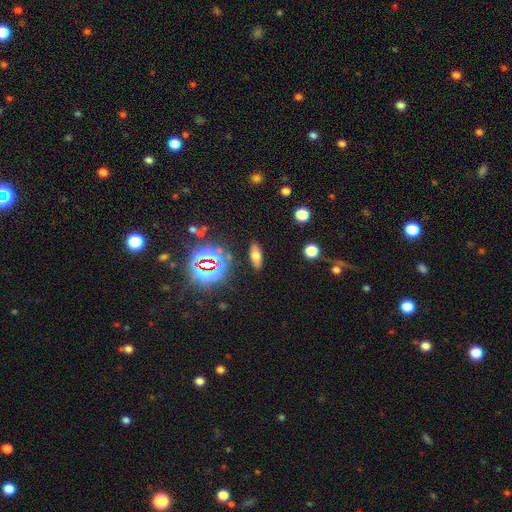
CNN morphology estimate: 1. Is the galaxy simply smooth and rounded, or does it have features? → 61% smooth, 22% star or artifact, 17% featured or disk.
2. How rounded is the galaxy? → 72% in between, 22% cigar-shaped, 6% round.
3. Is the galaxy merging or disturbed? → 86% none, 9% minor disturbance, 3% major disturbance, 2% merger.